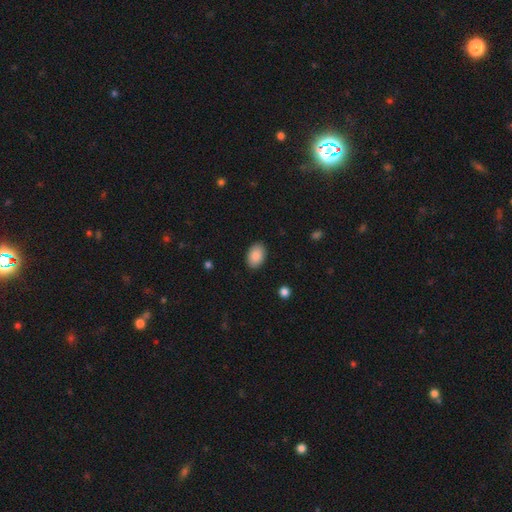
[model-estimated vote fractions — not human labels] Smooth or featured? Predicted: smooth (p=0.89). How rounded? Predicted: in between (p=0.89). Merging? Predicted: none (p=0.89).